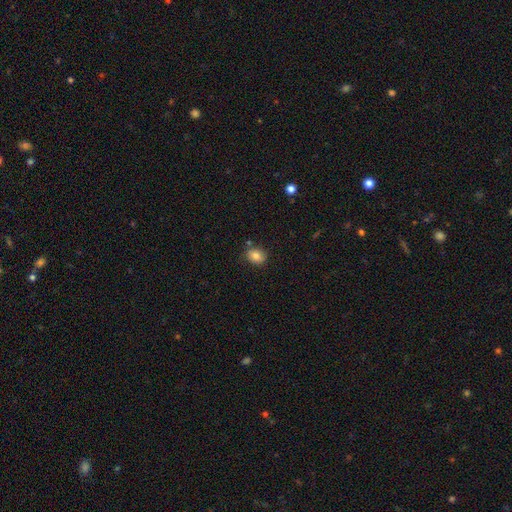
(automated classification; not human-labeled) Smooth or featured? Predicted: smooth (p=0.81). How rounded? Predicted: in between (p=0.50). Merging? Predicted: none (p=0.78).